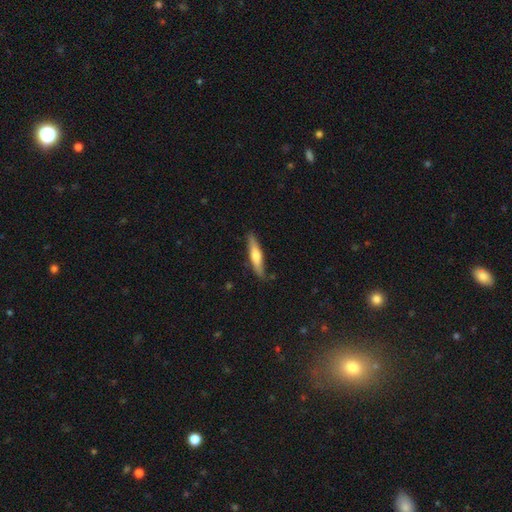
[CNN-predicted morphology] This is possibly a smooth galaxy (58%). How rounded: clearly cigar-shaped (86%). Merging: clearly none (84%).